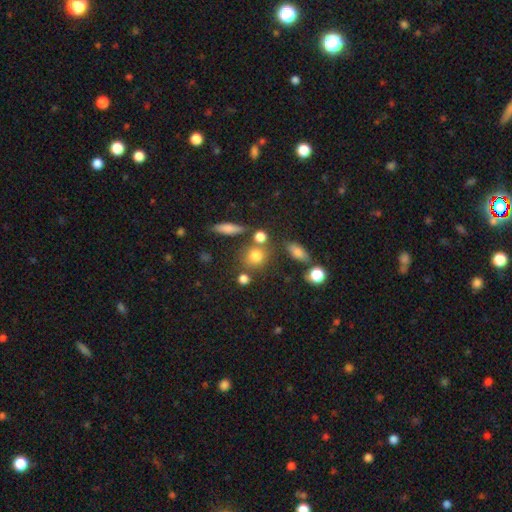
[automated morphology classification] This is likely a smooth galaxy (76%). How rounded: likely round (75%). Merging: likely none (66%).